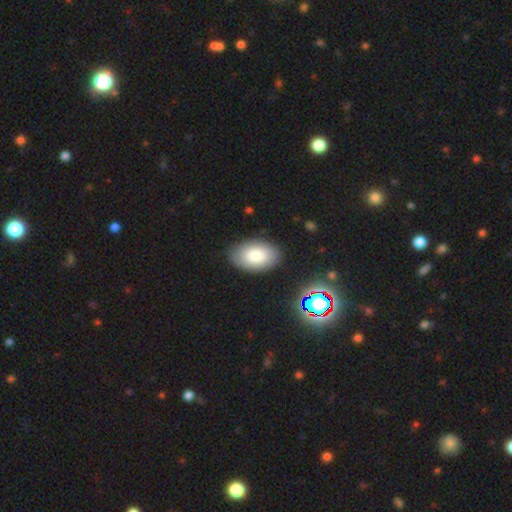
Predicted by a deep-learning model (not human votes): The model was most divided on "smooth or featured": smooth: 81%, featured or disk: 11%, star or artifact: 8%. More confident: how rounded — in between (93%); merging — none (84%).